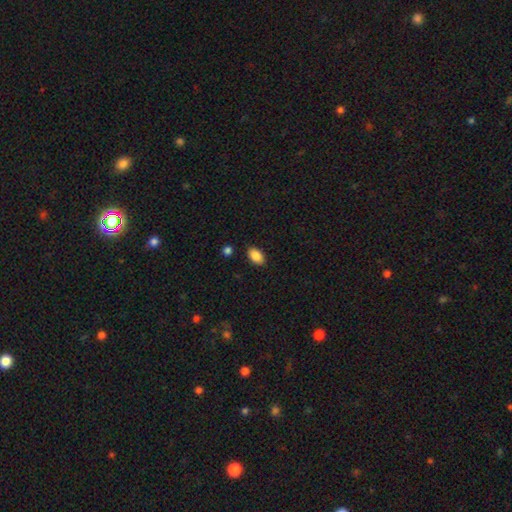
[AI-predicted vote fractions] Overall: smooth (88%). How rounded: in between (91%). Merging: none (87%).